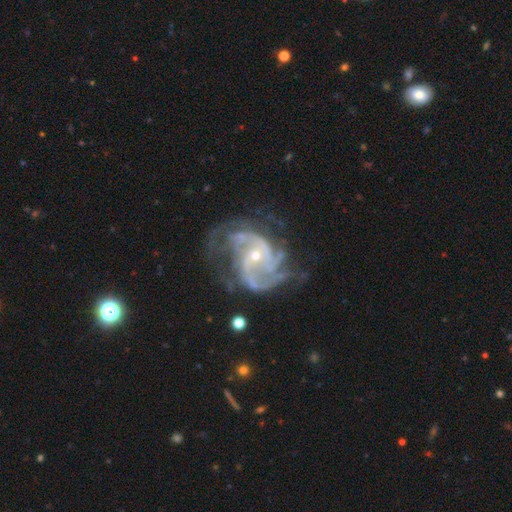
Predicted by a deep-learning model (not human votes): Smooth or featured? Predicted: featured or disk (p=0.90). Edge-on disk? Predicted: no (p=0.98). Bar? Predicted: no (p=0.59). Spiral arms? Predicted: yes (p=0.97). Spiral winding? Predicted: medium (p=0.51). Spiral arm count? Predicted: 2 (p=0.33). Bulge size? Predicted: small (p=0.69). Merging? Predicted: none (p=0.55).